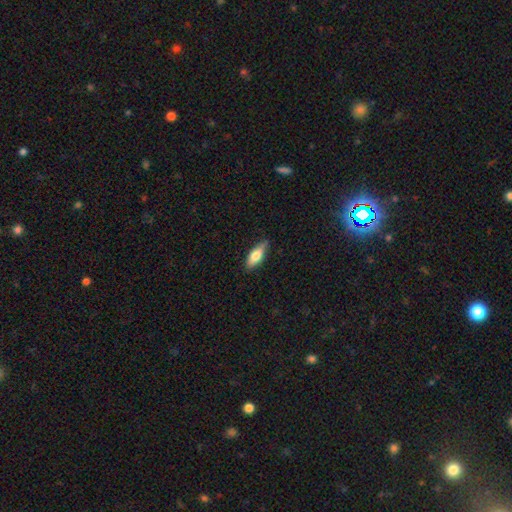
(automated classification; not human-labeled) This is likely a smooth galaxy (69%). How rounded: likely in between (65%). Merging: likely none (79%).